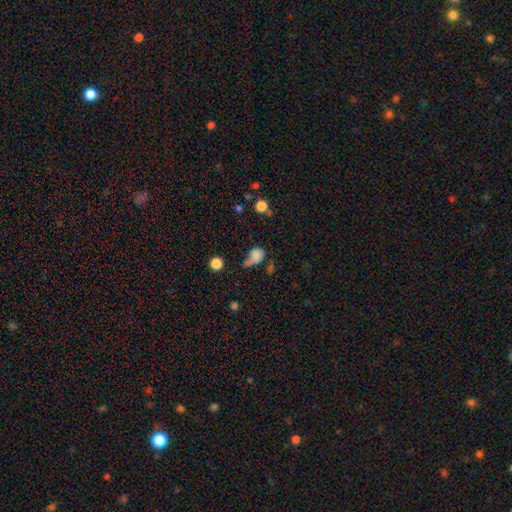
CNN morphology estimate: smooth-or-featured: smooth: 74% | featured or disk: 13% | star or artifact: 13%
  how-rounded: in between: 60% | round: 37% | cigar-shaped: 3%
  merging: none: 28% (tied) | minor disturbance: 28% (tied) | major disturbance: 27% | merger: 16%